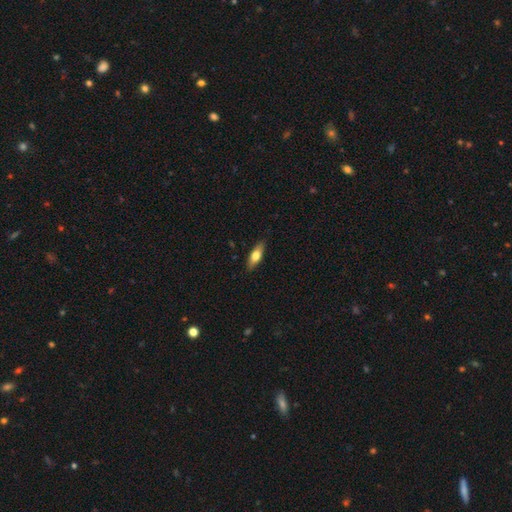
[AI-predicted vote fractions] This is likely a smooth galaxy (66%). How rounded: likely in between (64%). Merging: clearly none (87%).